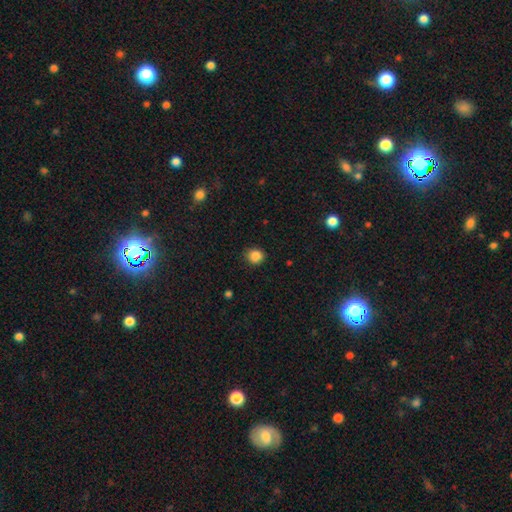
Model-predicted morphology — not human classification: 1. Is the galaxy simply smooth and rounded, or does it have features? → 86% smooth, 11% star or artifact, 3% featured or disk.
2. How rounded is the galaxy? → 80% round, 19% in between, 1% cigar-shaped.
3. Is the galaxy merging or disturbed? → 85% none, 11% minor disturbance, 2% major disturbance, 1% merger.